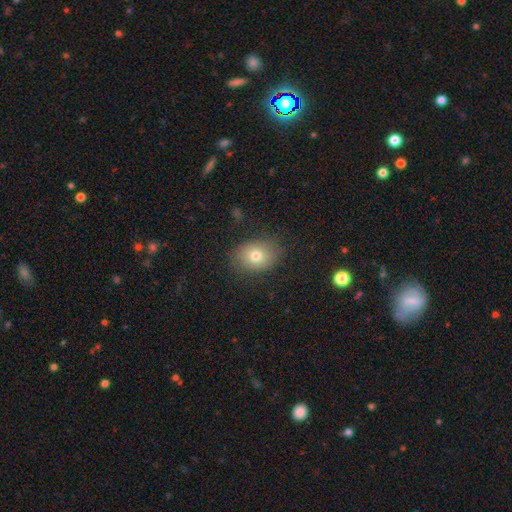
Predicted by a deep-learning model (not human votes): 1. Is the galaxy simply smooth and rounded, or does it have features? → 76% smooth, 13% featured or disk, 11% star or artifact.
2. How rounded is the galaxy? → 55% in between, 44% round, 1% cigar-shaped.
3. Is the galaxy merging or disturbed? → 81% none, 14% minor disturbance, 4% major disturbance, 1% merger.